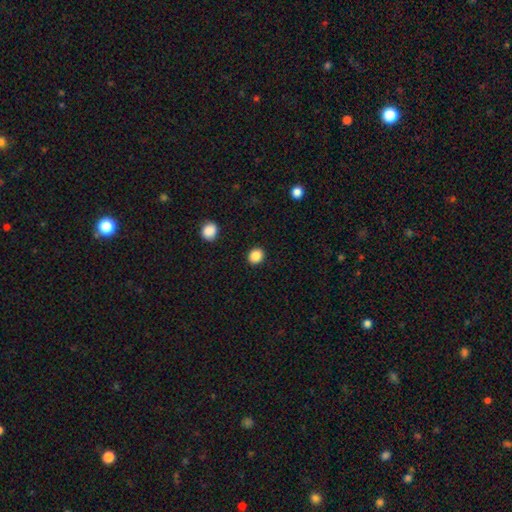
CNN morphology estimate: Smooth or featured? smooth (87%)
How rounded? round (67%)
Merging? none (90%)